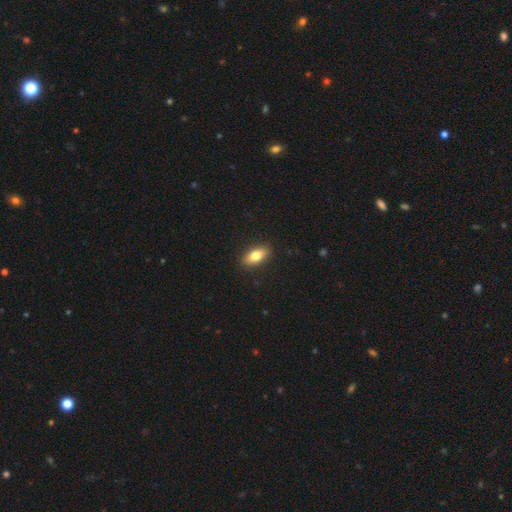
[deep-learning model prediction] Smooth or featured? Predicted: smooth (p=0.79). How rounded? Predicted: in between (p=0.86). Merging? Predicted: none (p=0.89).